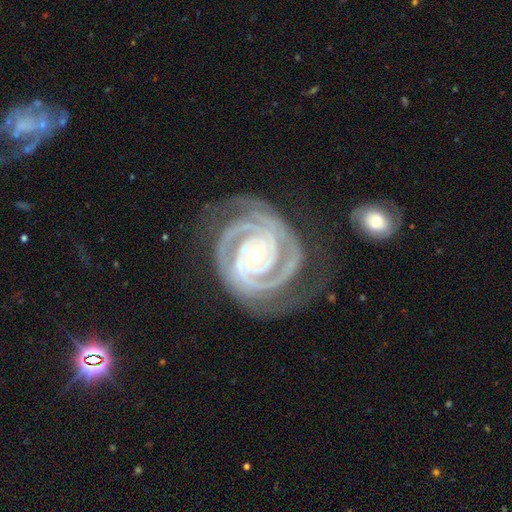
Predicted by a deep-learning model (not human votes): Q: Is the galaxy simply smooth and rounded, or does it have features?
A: featured or disk — 93%.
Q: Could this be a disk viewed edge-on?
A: no — 97%.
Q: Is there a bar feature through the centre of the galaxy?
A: no — 56%.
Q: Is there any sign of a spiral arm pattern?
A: yes — 99%.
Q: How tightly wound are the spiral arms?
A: tight — 85%.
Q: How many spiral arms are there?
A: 2 — 45%.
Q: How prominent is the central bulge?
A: moderate — 56%.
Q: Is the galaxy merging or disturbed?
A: none — 69%.